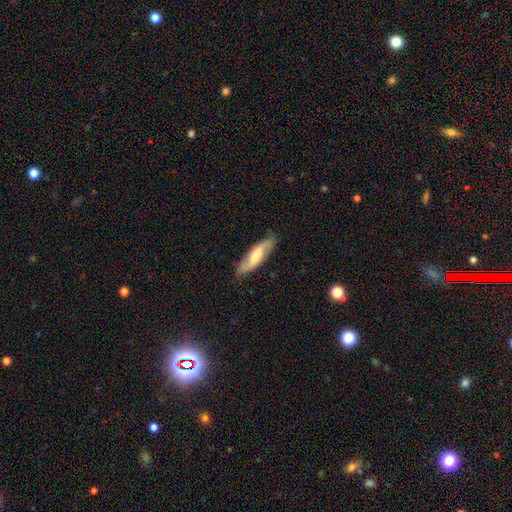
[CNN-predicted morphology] Smooth or featured: featured or disk — 49% (smooth — 45%)
Merging: none — 81% (minor disturbance — 15%)